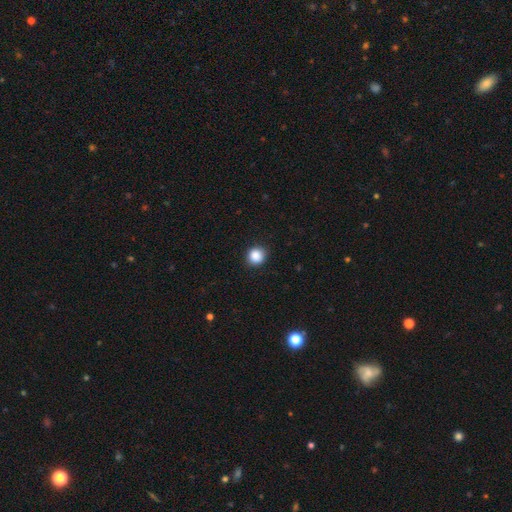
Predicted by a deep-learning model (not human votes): smooth 88%, star or artifact 9%, featured or disk 3%. Down the decision tree: how rounded — round (92%); merging — none (90%).